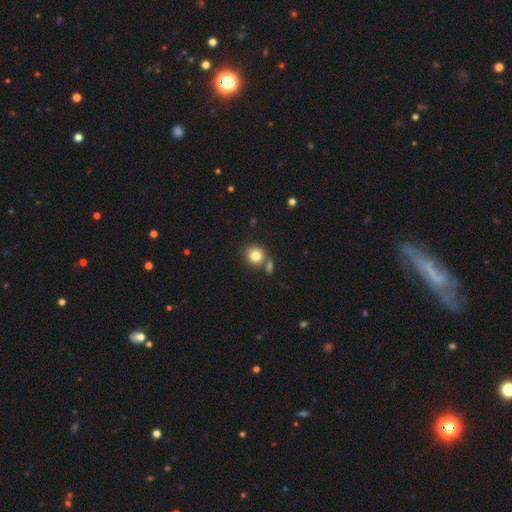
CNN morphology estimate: The model was most divided on "merging": none: 67%, merger: 20%, minor disturbance: 10%, major disturbance: 3%. More confident: how rounded — round (85%); smooth or featured — smooth (81%).